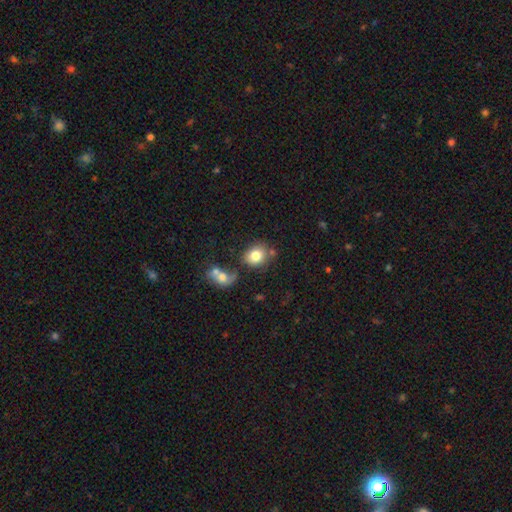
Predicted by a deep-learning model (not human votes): Smooth or featured: smooth — 80% (featured or disk — 10%)
How rounded: round — 60% (in between — 39%)
Merging: none — 66% (merger — 15%)